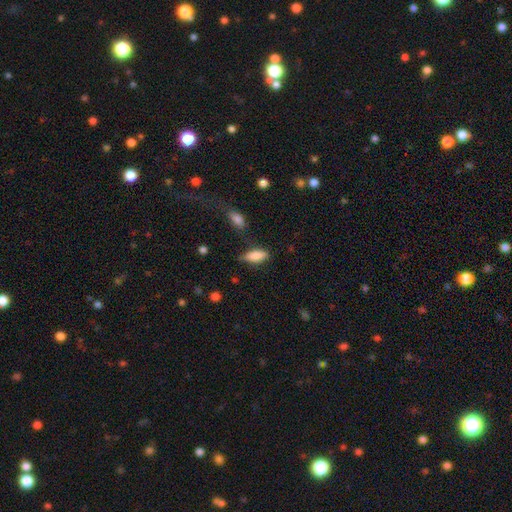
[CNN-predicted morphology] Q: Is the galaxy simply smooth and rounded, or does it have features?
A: smooth — 83%.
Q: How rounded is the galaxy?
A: in between — 76%.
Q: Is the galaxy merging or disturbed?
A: none — 68%.